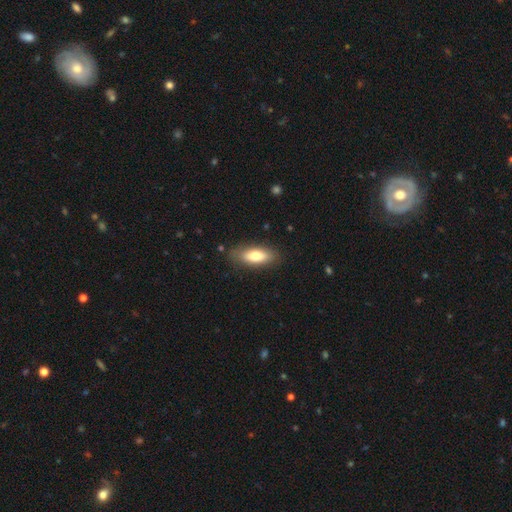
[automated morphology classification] This is likely a smooth galaxy (72%). How rounded: likely in between (76%). Merging: clearly none (84%).